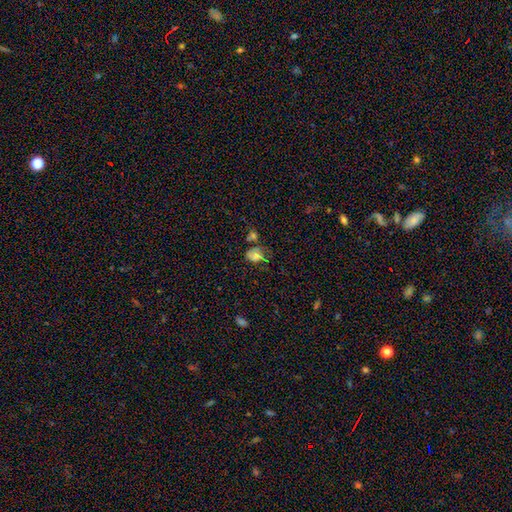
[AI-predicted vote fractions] smooth_or_featured: smooth (p=0.61) [alt: featured or disk p=0.24]
how_rounded: in between (p=0.65) [alt: round p=0.33]
merging: none (p=0.35) [alt: minor disturbance p=0.26]